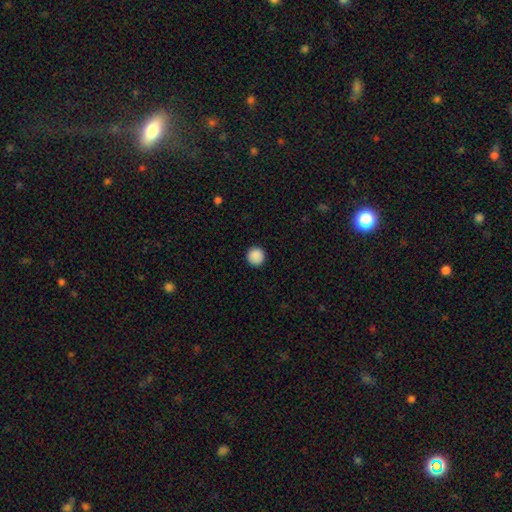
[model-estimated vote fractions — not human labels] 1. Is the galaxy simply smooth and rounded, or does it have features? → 89% smooth, 9% star or artifact, 2% featured or disk.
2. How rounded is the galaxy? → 96% round, 3% in between, 1% cigar-shaped.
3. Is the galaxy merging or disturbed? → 93% none, 5% minor disturbance, 2% major disturbance, 1% merger.